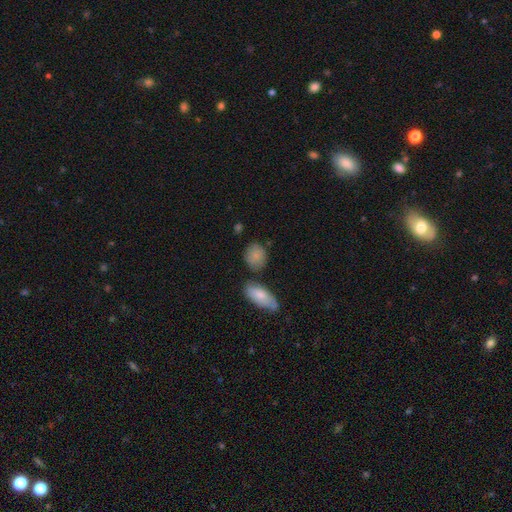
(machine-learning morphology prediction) This is clearly a smooth galaxy (83%). How rounded: possibly round (53%). Merging: likely none (66%).